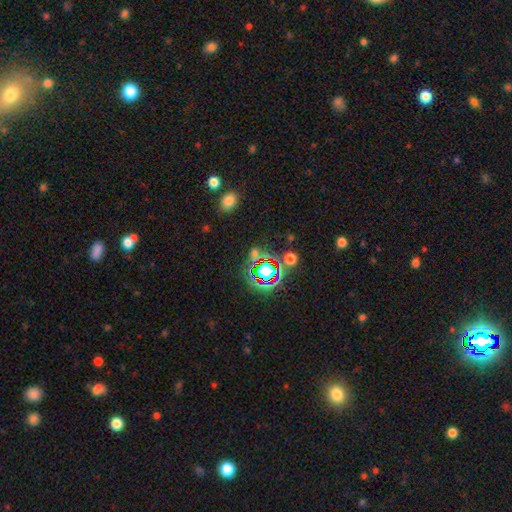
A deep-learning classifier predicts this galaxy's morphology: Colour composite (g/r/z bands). It shows a star or artifact, not a galaxy (68%).